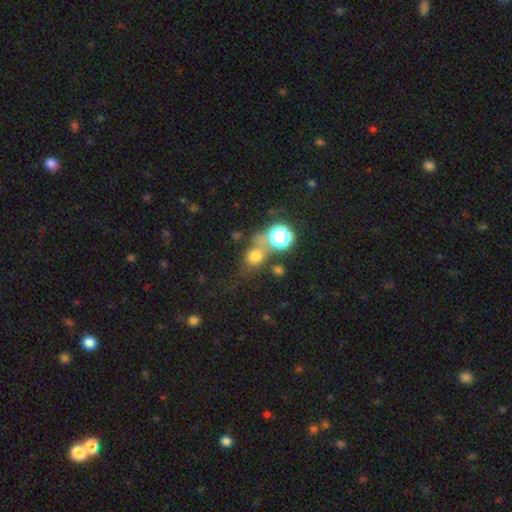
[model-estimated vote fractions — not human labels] This is likely a smooth galaxy (69%). How rounded: likely round (63%). Merging: possibly none (51%).